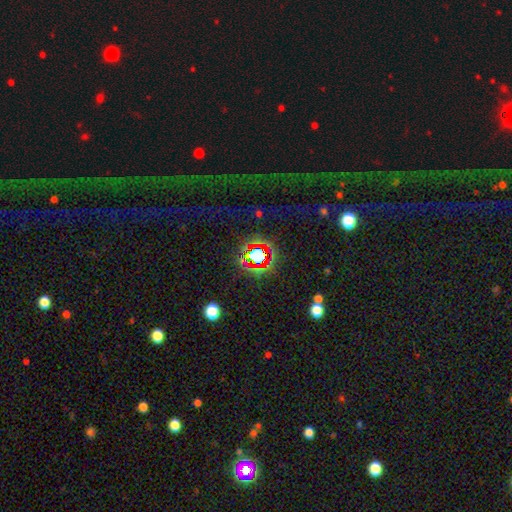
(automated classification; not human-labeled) This appears to be a star or artifact, not a galaxy (71%).